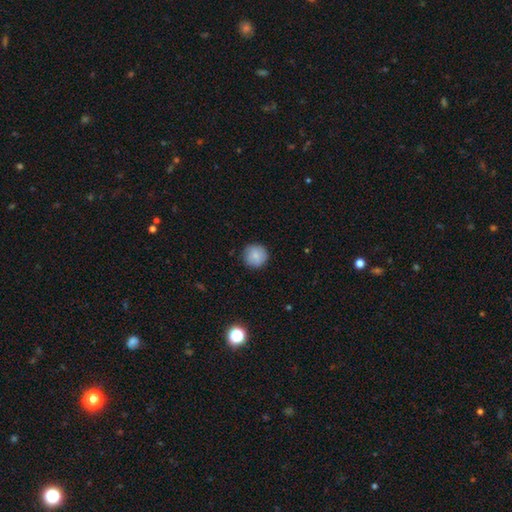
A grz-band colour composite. It shows a smooth galaxy with no disk features (92%) that is round (100%). Merging: none (95%).